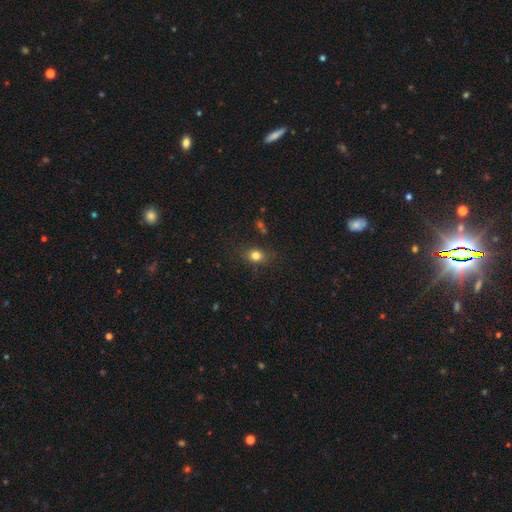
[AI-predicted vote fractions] A smooth galaxy with no disk features (80%) that is round (58%). Merging: none (80%).